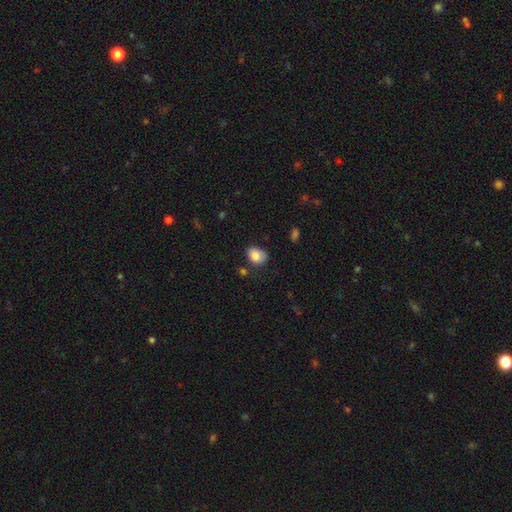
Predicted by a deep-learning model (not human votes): Smooth or featured? Predicted: smooth (p=0.86). How rounded? Predicted: in between (p=0.66). Merging? Predicted: none (p=0.68).